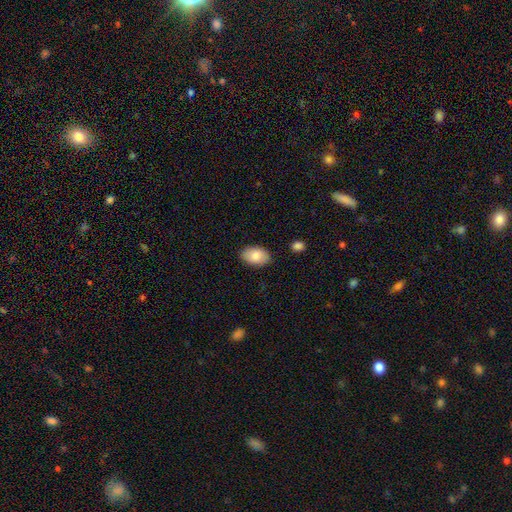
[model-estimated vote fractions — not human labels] Smooth or featured? smooth (85%)
How rounded? in between (92%)
Merging? none (86%)